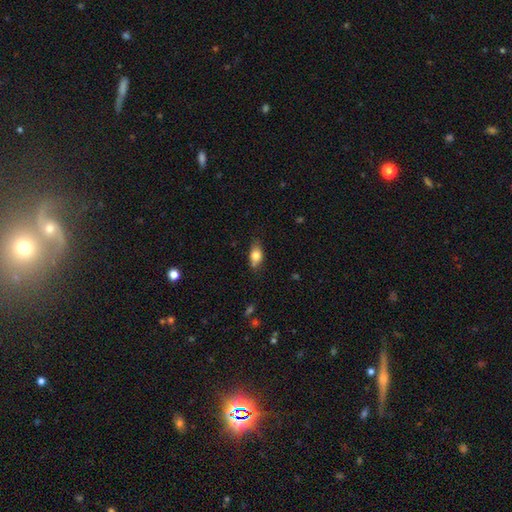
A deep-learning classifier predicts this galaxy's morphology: The model was most divided on "merging": none: 70%, minor disturbance: 22%, major disturbance: 4%, merger: 3%. More confident: how rounded — in between (82%); smooth or featured — smooth (75%).